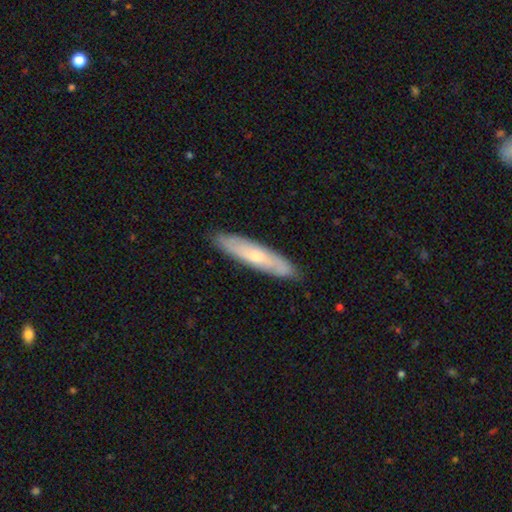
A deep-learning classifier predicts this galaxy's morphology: A smooth galaxy with no disk features (48%).

Vote fractions:
- Smooth or featured? smooth: 48% / featured or disk: 46% / star or artifact: 6%
- Merging? none: 87% / minor disturbance: 10% / major disturbance: 2% / merger: 1%